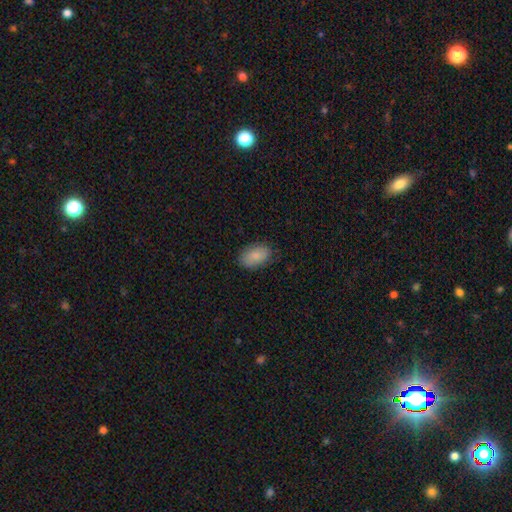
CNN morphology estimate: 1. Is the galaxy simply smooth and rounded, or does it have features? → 86% smooth, 7% featured or disk, 7% star or artifact.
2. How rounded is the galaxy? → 91% in between, 7% round, 1% cigar-shaped.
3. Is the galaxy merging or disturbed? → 84% none, 13% minor disturbance, 3% major disturbance, 1% merger.